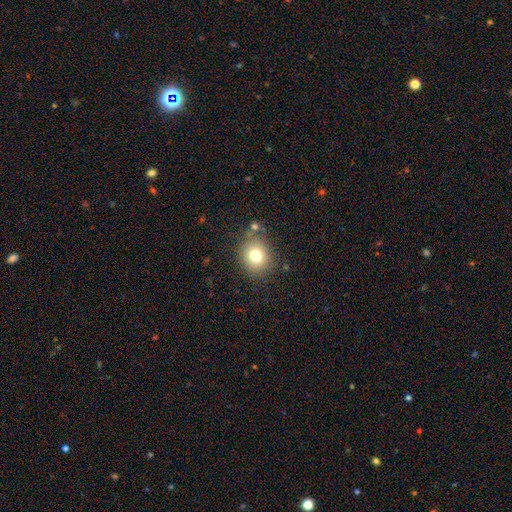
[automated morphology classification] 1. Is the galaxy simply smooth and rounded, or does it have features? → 76% smooth, 13% star or artifact, 11% featured or disk.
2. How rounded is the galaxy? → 75% round, 24% in between, 1% cigar-shaped.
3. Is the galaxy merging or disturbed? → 80% none, 11% minor disturbance, 5% merger, 4% major disturbance.